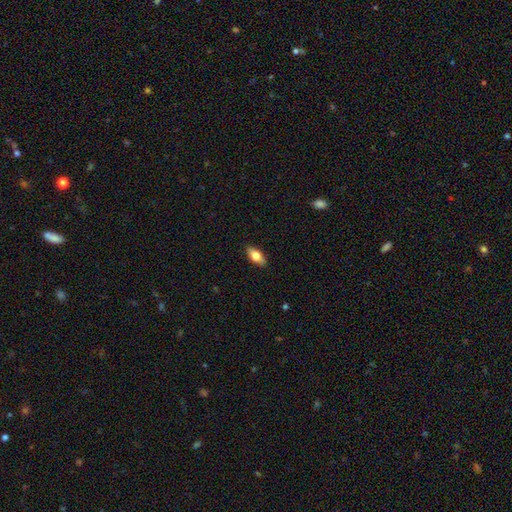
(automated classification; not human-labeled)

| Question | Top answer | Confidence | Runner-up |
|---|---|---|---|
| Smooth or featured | smooth | 71% | featured or disk (23%) |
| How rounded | in between | 84% | cigar-shaped (12%) |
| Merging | none | 88% | minor disturbance (9%) |